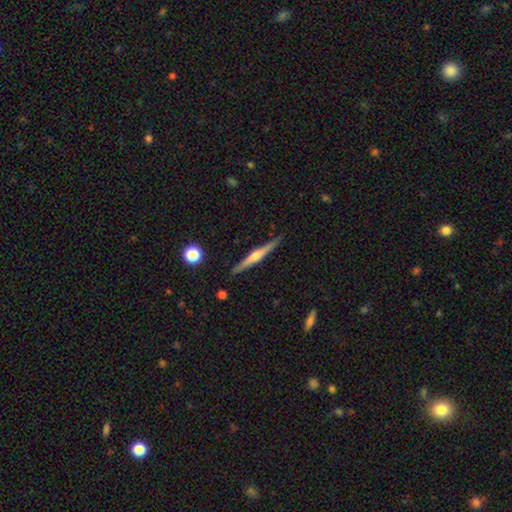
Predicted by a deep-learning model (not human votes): smooth_or_featured: featured or disk (p=0.75) [alt: smooth p=0.19]
disk_edge_on: yes (p=0.98) [alt: no p=0.02]
edge_on_bulge: rounded (p=0.89) [alt: none p=0.06]
merging: none (p=0.90) [alt: minor disturbance p=0.07]